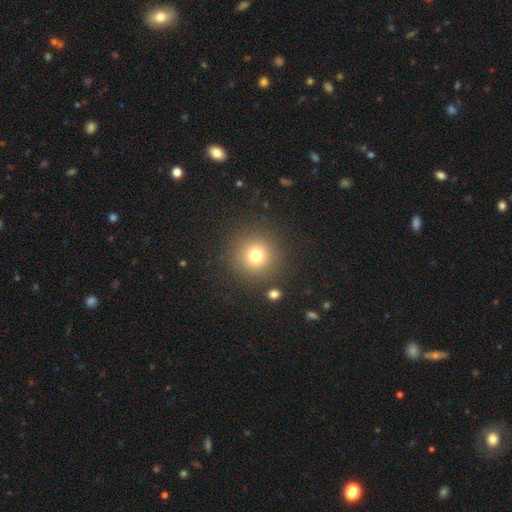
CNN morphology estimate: type=smooth (75%); roundness=round (95%); merging=none (87%).